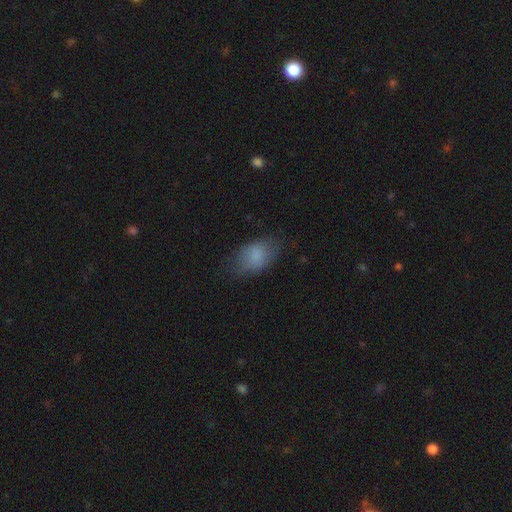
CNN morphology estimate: type=smooth (80%); roundness=in between (87%); merging=none (68%).